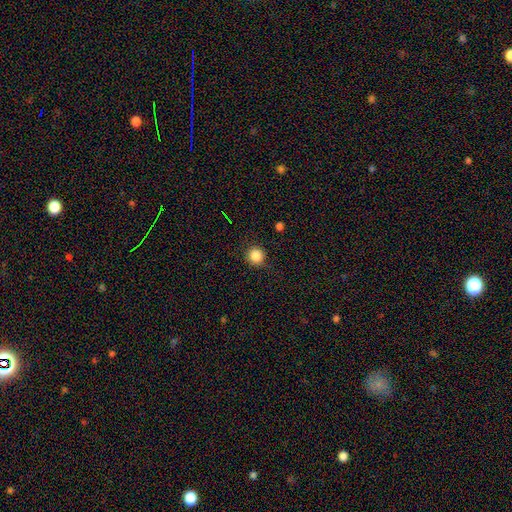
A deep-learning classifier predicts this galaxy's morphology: type=smooth (85%); roundness=round (94%); merging=none (89%).